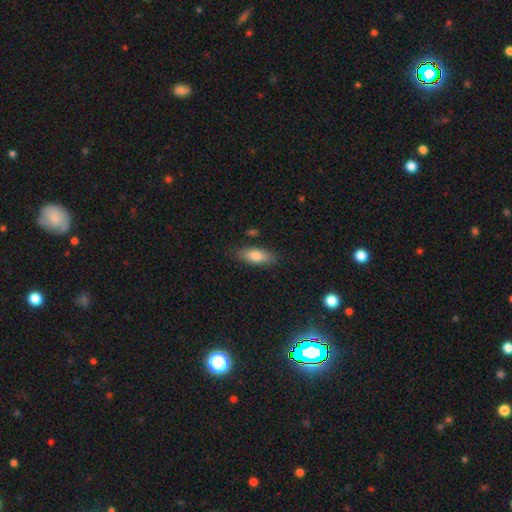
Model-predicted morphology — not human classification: type=smooth (80%); roundness=in between (77%); merging=none (81%).